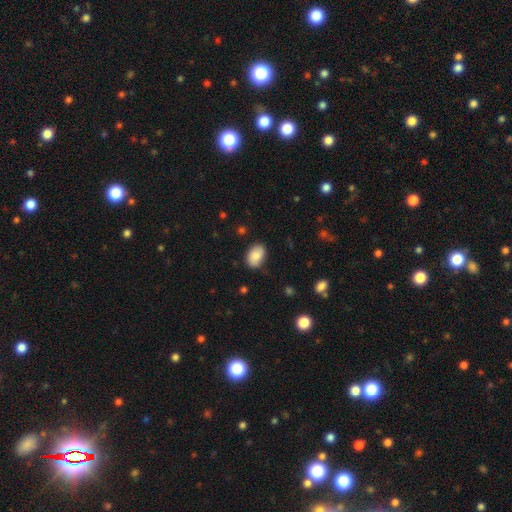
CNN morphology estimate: A smooth galaxy with no disk features (84%) that is in between round and cigar-shaped (86%).

Vote fractions:
- Smooth or featured? smooth: 84% / featured or disk: 9% / star or artifact: 7%
- How rounded? in between: 86% / round: 13% / cigar-shaped: 1%
- Merging? none: 80% / minor disturbance: 15% / major disturbance: 3% / merger: 1%